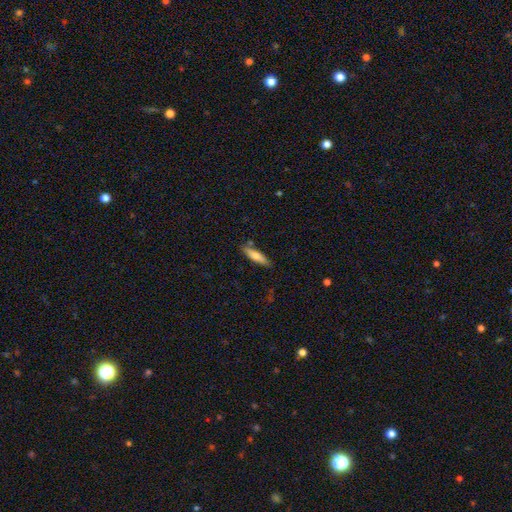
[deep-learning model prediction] Smooth or featured?
  - smooth: 72% *
  - featured or disk: 22%
  - star or artifact: 6%
How rounded?
  - cigar-shaped: 69% *
  - in between: 29%
  - round: 2%
Merging?
  - none: 82% *
  - minor disturbance: 12%
  - merger: 4%
  - major disturbance: 2%